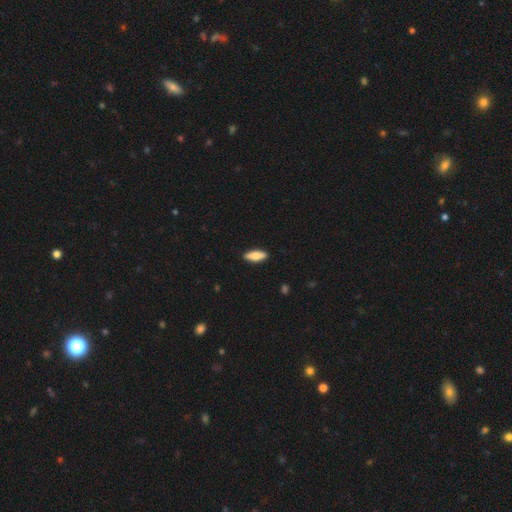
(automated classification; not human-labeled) A smooth galaxy with no disk features (70%) that is in between round and cigar-shaped (62%).

Vote fractions:
- Smooth or featured? smooth: 70% / featured or disk: 24% / star or artifact: 6%
- How rounded? in between: 62% / cigar-shaped: 36% / round: 2%
- Merging? none: 89% / minor disturbance: 8% / major disturbance: 2% / merger: 1%